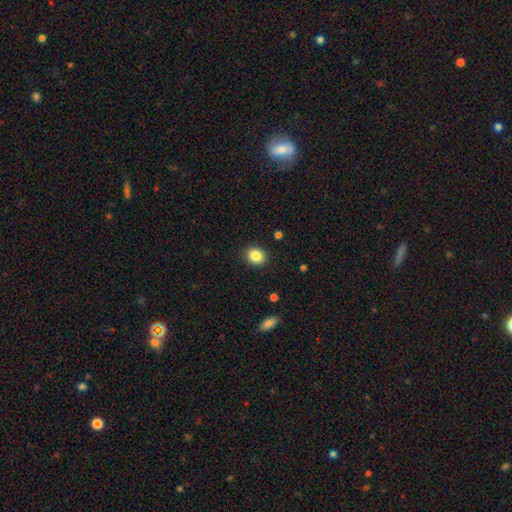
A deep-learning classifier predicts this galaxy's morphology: This is clearly a smooth galaxy (85%). How rounded: likely round (74%). Merging: clearly none (90%).